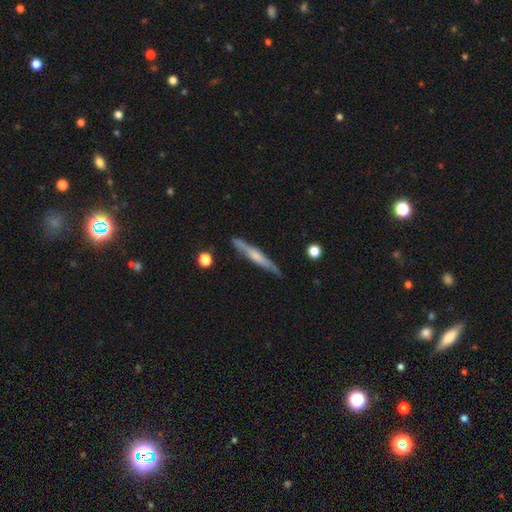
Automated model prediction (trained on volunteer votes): A featured or disk galaxy (55%) viewed edge-on (94%) with a rounded central bulge (42%).

Vote fractions:
- Smooth or featured? featured or disk: 55% / smooth: 39% / star or artifact: 6%
- Edge-on disk? yes: 94% / no: 6%
- Edge-on bulge? rounded: 42% / none: 37% / boxy: 21%
- Merging? none: 83% / minor disturbance: 12% / major disturbance: 2% / merger: 2%